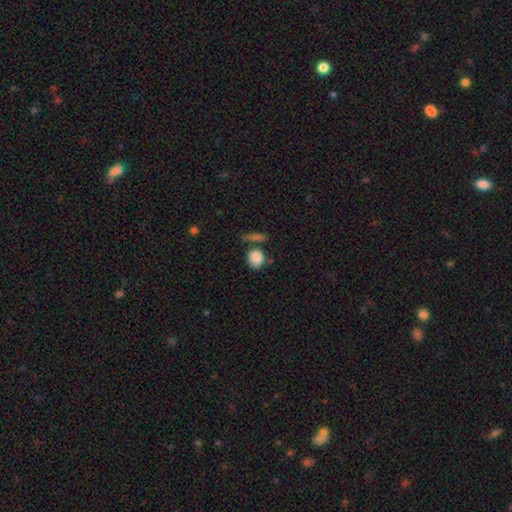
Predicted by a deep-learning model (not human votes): Morphology: type=smooth (85%); roundness=round (62%); merging=none (61%).